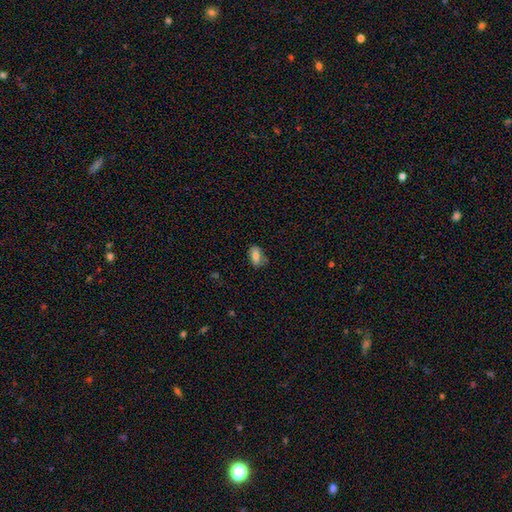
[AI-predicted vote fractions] The model was most divided on "merging": none: 72%, minor disturbance: 21%, major disturbance: 5%, merger: 2%. More confident: how rounded — in between (84%); smooth or featured — smooth (73%).